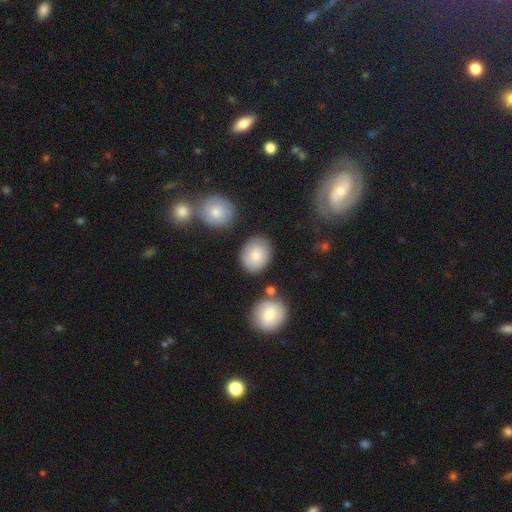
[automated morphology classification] The model was most divided on "how rounded": round: 51%, in between: 48%, cigar-shaped: 1%. More confident: smooth or featured — smooth (82%); merging — none (78%).